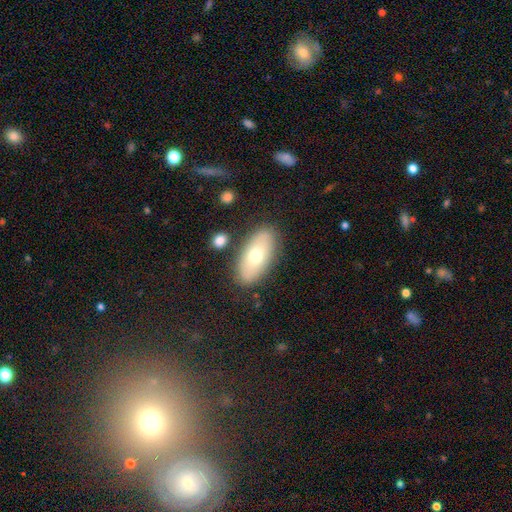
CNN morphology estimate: Overall: smooth (64%; featured or disk 29%). How rounded: in between (90%). Merging: none (84%).